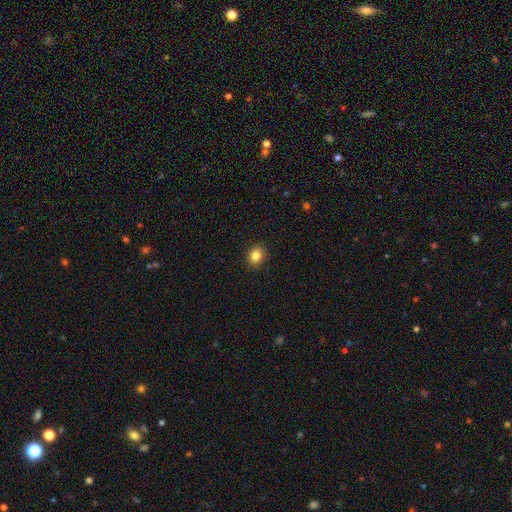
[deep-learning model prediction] smooth_or_featured: smooth (p=0.84) [alt: star or artifact p=0.11]
how_rounded: round (p=0.72) [alt: in between p=0.27]
merging: none (p=0.91) [alt: minor disturbance p=0.07]